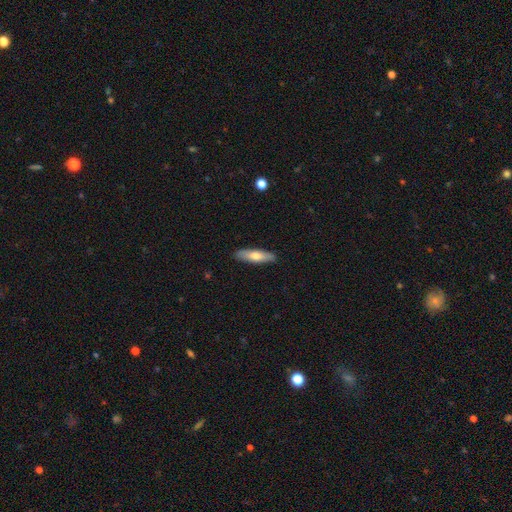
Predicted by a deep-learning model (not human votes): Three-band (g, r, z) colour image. It shows a smooth galaxy with no disk features (65%) that is cigar-shaped (68%). Merging: none (89%).